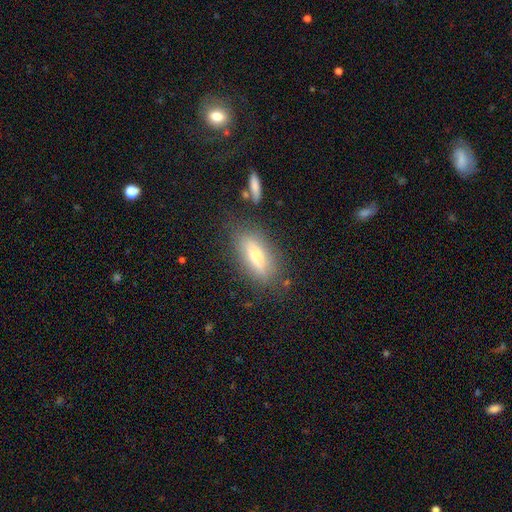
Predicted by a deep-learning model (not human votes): A smooth galaxy with no disk features (68%) that is in between round and cigar-shaped (65%). Merging: none (75%).